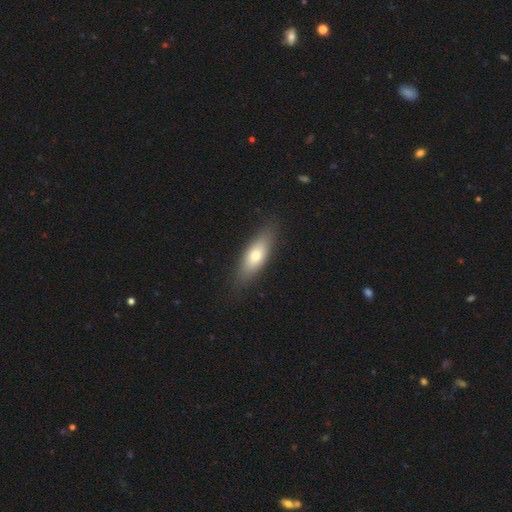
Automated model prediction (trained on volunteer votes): smooth 69%, featured or disk 24%, star or artifact 7%. Down the decision tree: how rounded — in between (68%); merging — none (84%).